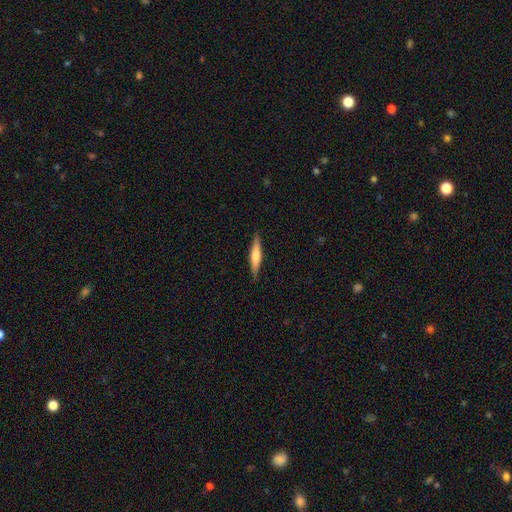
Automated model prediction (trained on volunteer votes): smooth_or_featured: smooth (p=0.53) [alt: featured or disk p=0.42]
how_rounded: cigar-shaped (p=0.88) [alt: in between p=0.11]
merging: none (p=0.89) [alt: minor disturbance p=0.08]